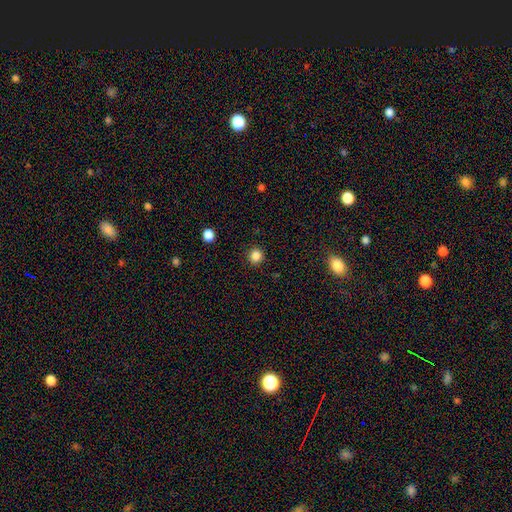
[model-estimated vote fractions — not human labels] This appears to be a smooth galaxy with no disk features (85%) that is round (93%). Merging: none (91%).